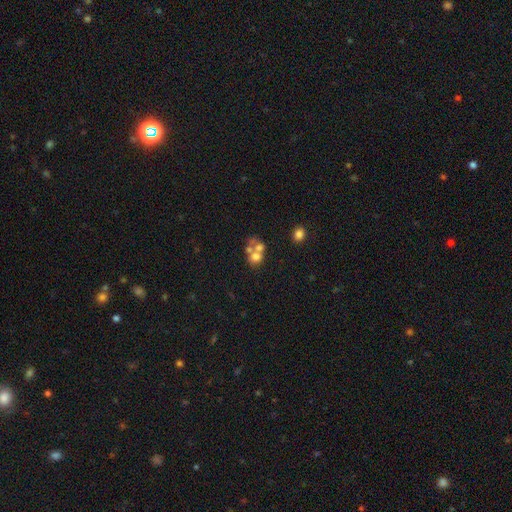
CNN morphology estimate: type=smooth (58%); roundness=round (65%); merging=merger (59%).